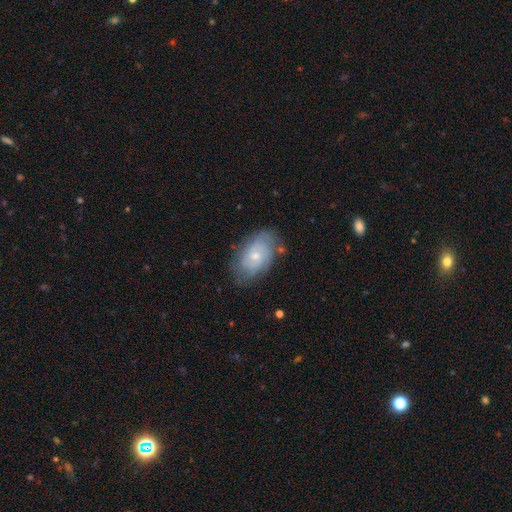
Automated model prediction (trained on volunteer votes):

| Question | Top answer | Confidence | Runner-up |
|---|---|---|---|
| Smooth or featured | featured or disk | 65% | smooth (28%) |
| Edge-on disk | no | 96% | yes (4%) |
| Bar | no | 68% | weak (28%) |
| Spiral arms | yes | 84% | no (16%) |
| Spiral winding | tight | 60% | medium (31%) |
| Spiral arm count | can't tell | 43% | 2 (36%) |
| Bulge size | small | 58% | moderate (37%) |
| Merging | none | 72% | minor disturbance (20%) |